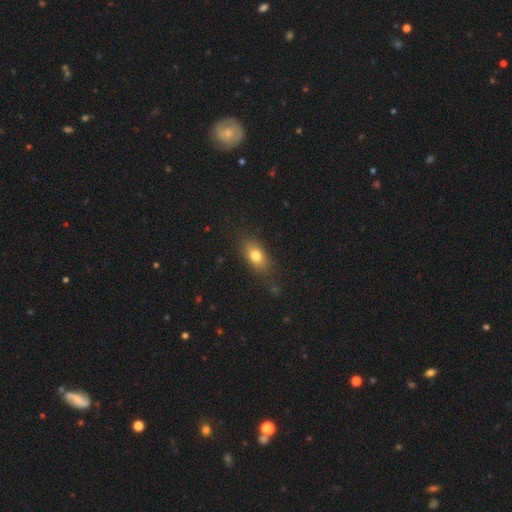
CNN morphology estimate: A smooth galaxy with no disk features (78%) that is in between round and cigar-shaped (79%).

Vote fractions:
- Smooth or featured? smooth: 78% / featured or disk: 13% / star or artifact: 10%
- How rounded? in between: 79% / round: 13% / cigar-shaped: 8%
- Merging? none: 77% / minor disturbance: 16% / major disturbance: 5% / merger: 2%